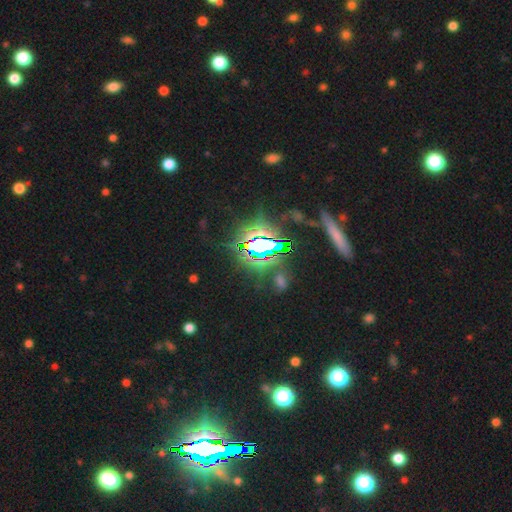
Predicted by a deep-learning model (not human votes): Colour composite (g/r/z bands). It shows a star or artifact, not a galaxy (79%).